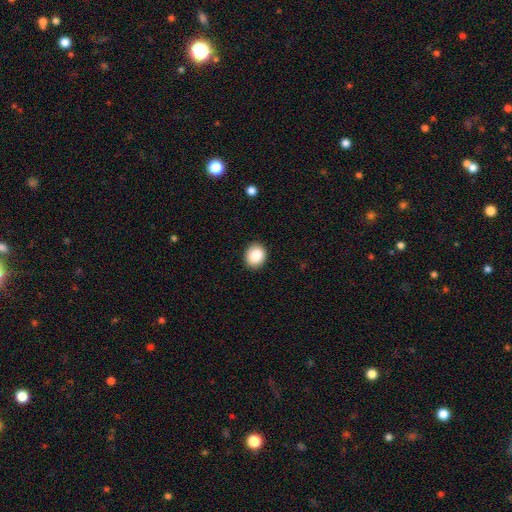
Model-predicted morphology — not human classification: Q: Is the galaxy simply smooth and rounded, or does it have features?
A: smooth — 88%.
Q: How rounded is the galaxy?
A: round — 65%.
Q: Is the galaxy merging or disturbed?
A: none — 90%.